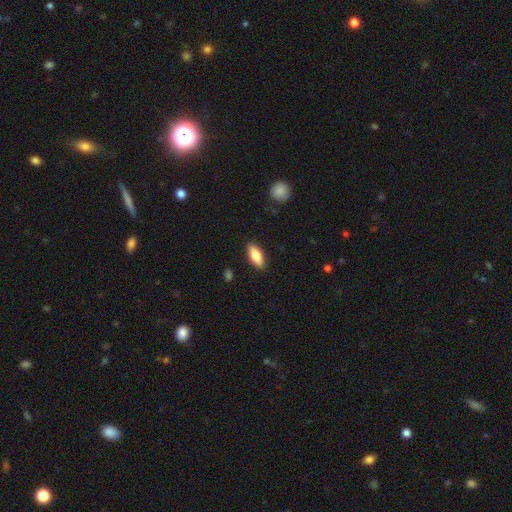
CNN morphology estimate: smooth 81%, featured or disk 13%, star or artifact 6%. Down the decision tree: how rounded — in between (81%); merging — none (88%).